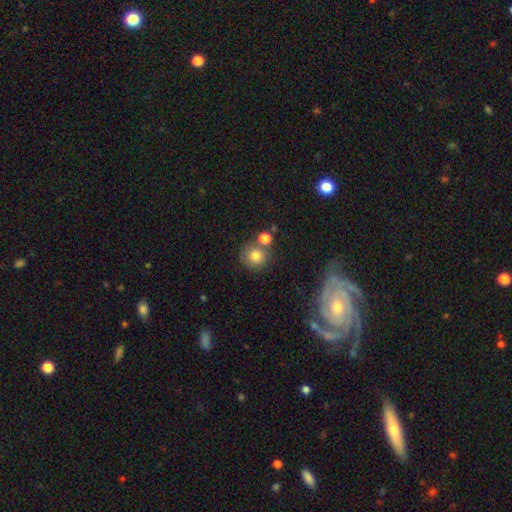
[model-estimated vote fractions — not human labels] Overall: smooth (80%). How rounded: round (91%). Merging: none (65%).